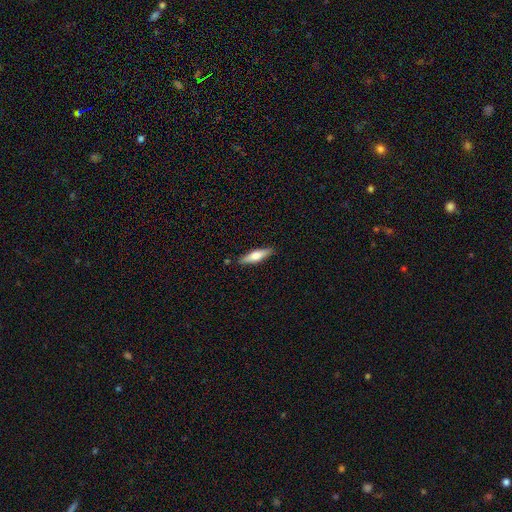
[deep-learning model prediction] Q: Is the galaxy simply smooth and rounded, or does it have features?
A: smooth — 55%.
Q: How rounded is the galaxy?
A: cigar-shaped — 67%.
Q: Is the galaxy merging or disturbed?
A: none — 88%.